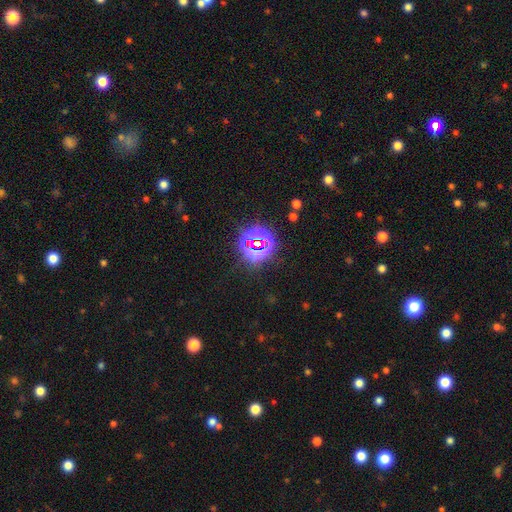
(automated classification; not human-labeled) smooth_or_featured: star or artifact (p=0.79) [alt: smooth p=0.14]